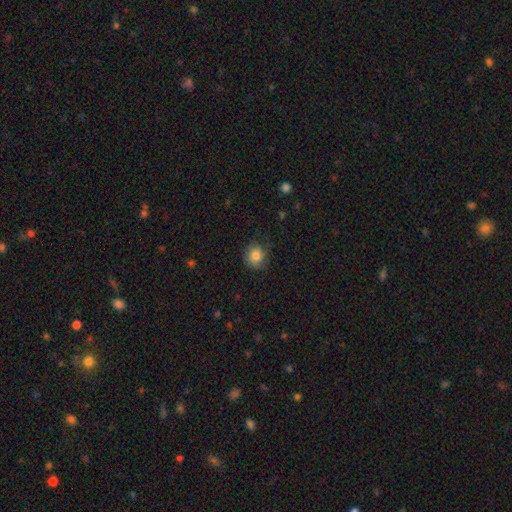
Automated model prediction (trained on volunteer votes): smooth_or_featured: smooth (p=0.81) [alt: star or artifact p=0.10]
how_rounded: round (p=0.82) [alt: in between p=0.17]
merging: none (p=0.75) [alt: minor disturbance p=0.18]